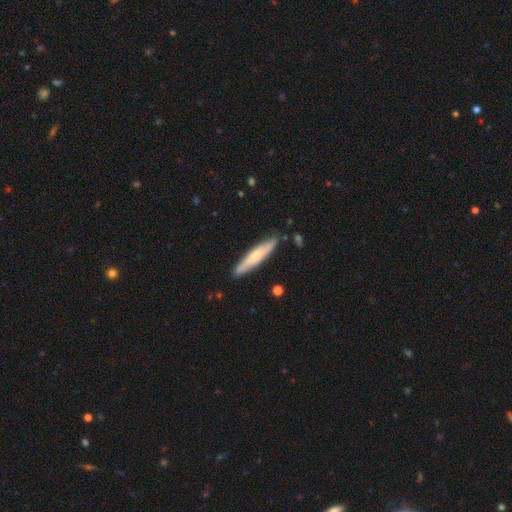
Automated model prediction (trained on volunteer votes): smooth 55%, featured or disk 39%, star or artifact 6%. Down the decision tree: how rounded — cigar-shaped (89%); merging — none (85%).